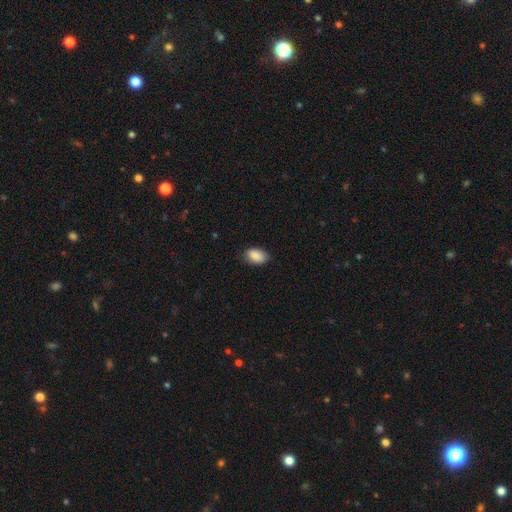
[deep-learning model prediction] A smooth galaxy with no disk features (88%) that is in between round and cigar-shaped (91%). Merging: none (79%).